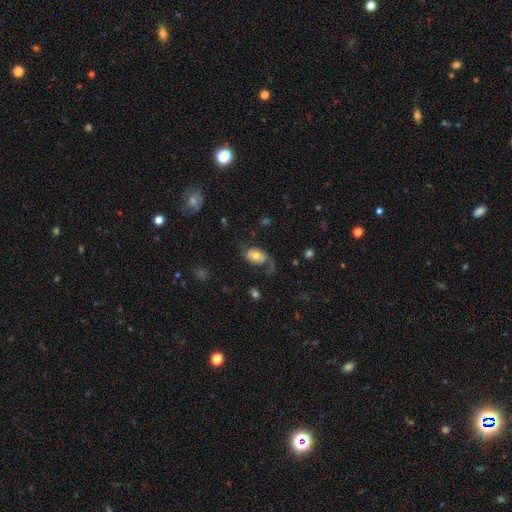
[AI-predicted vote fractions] This appears to be a featured or disk galaxy (63%) with no bar (72%), 2 (51%) loose (60%) spiral arms (87%) and a moderate central bulge (60%). Merging: none (43%).